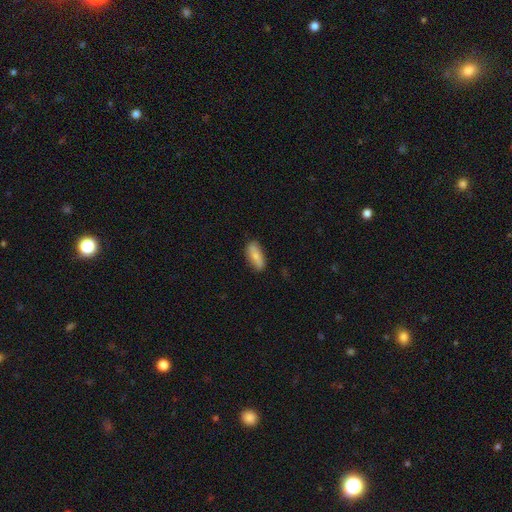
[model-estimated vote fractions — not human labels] smooth-or-featured: smooth: 78% | featured or disk: 16% | star or artifact: 6%
  how-rounded: in between: 77% | cigar-shaped: 20% | round: 2%
  merging: none: 82% | minor disturbance: 14% | major disturbance: 3% | merger: 1%